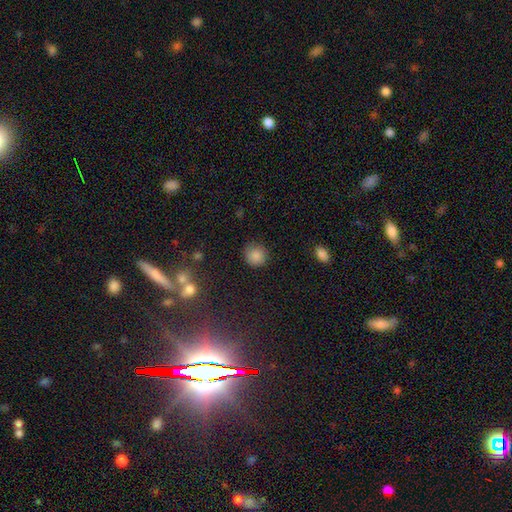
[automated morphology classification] Smooth or featured? Predicted: smooth (p=0.85). How rounded? Predicted: round (p=0.89). Merging? Predicted: none (p=0.83).